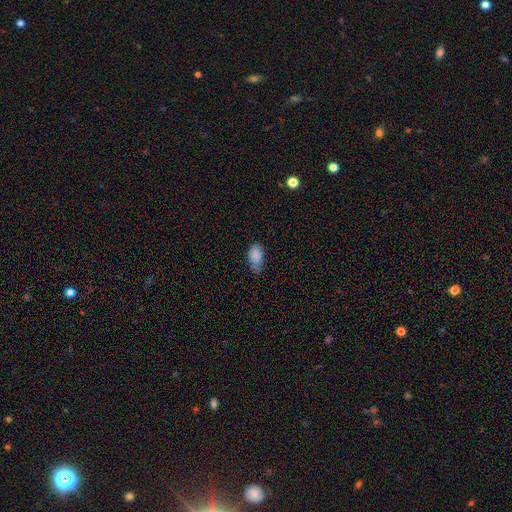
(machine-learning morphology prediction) Smooth or featured?
  - smooth: 86% *
  - star or artifact: 8%
  - featured or disk: 6%
How rounded?
  - in between: 92% *
  - round: 4%
  - cigar-shaped: 4%
Merging?
  - none: 56% *
  - minor disturbance: 36%
  - major disturbance: 7%
  - merger: 2%